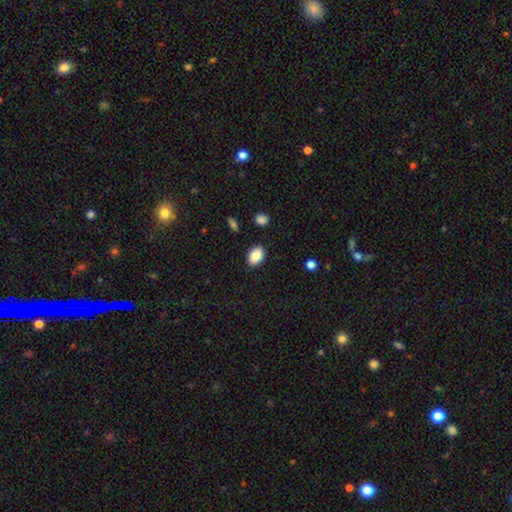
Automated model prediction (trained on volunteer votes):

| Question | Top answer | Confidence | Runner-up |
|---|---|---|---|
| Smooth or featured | smooth | 85% | star or artifact (8%) |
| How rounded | in between | 84% | round (15%) |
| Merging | none | 87% | minor disturbance (9%) |